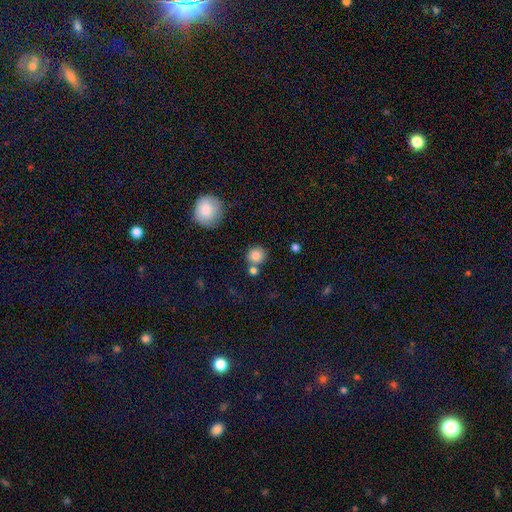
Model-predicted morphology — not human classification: type=smooth (84%); roundness=round (90%); merging=none (72%).